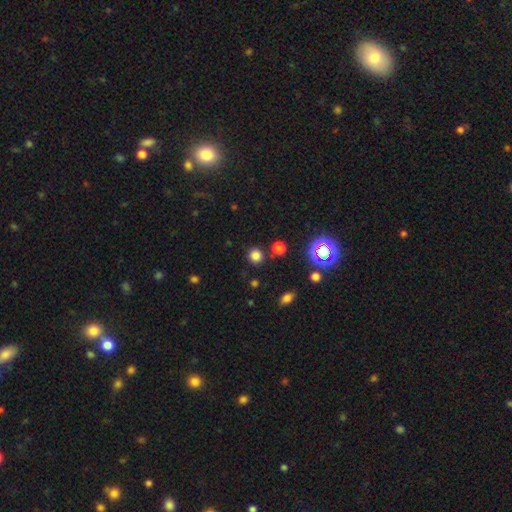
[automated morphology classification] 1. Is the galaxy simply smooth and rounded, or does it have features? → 76% smooth, 19% star or artifact, 5% featured or disk.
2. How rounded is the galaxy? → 91% round, 8% in between, 1% cigar-shaped.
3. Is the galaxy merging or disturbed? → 85% none, 7% minor disturbance, 5% merger, 3% major disturbance.